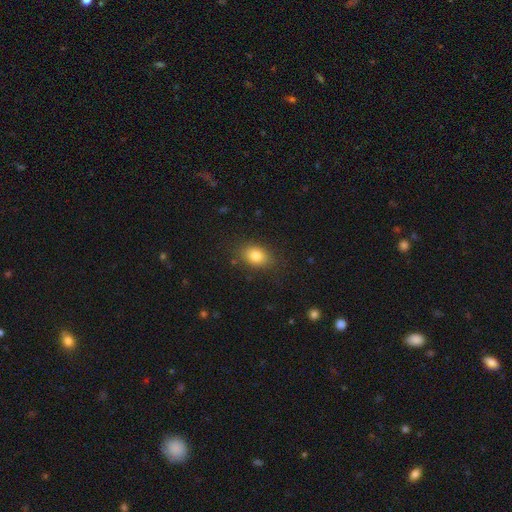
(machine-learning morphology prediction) A smooth galaxy with no disk features (82%) that is in between round and cigar-shaped (71%).

Vote fractions:
- Smooth or featured? smooth: 82% / star or artifact: 10% / featured or disk: 8%
- How rounded? in between: 71% / round: 28% / cigar-shaped: 1%
- Merging? none: 82% / minor disturbance: 13% / major disturbance: 4% / merger: 1%